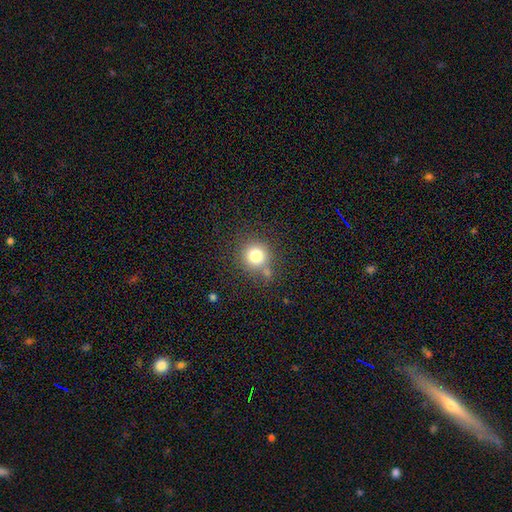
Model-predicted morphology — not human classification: A smooth galaxy with no disk features (79%) that is round (91%).

Vote fractions:
- Smooth or featured? smooth: 79% / star or artifact: 12% / featured or disk: 9%
- How rounded? round: 91% / in between: 8% / cigar-shaped: 1%
- Merging? none: 70% / minor disturbance: 13% / merger: 12% / major disturbance: 5%